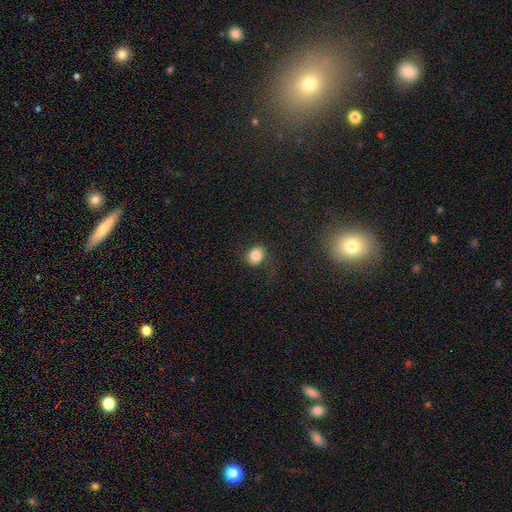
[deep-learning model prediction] The model was most divided on "how rounded": round: 57%, in between: 42%, cigar-shaped: 1%. More confident: smooth or featured — smooth (81%); merging — none (70%).